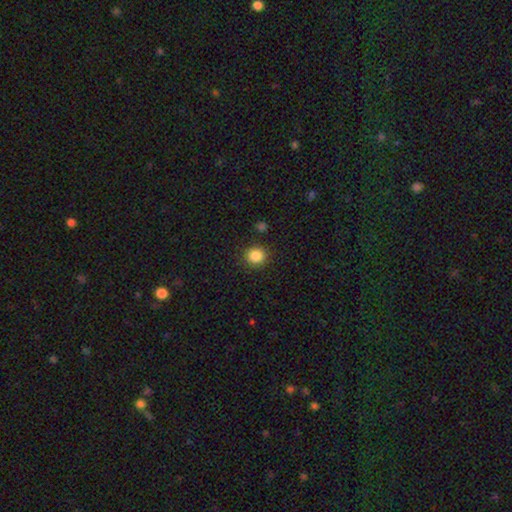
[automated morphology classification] smooth_or_featured: smooth (p=0.86) [alt: star or artifact p=0.10]
how_rounded: round (p=0.90) [alt: in between p=0.09]
merging: none (p=0.89) [alt: minor disturbance p=0.07]